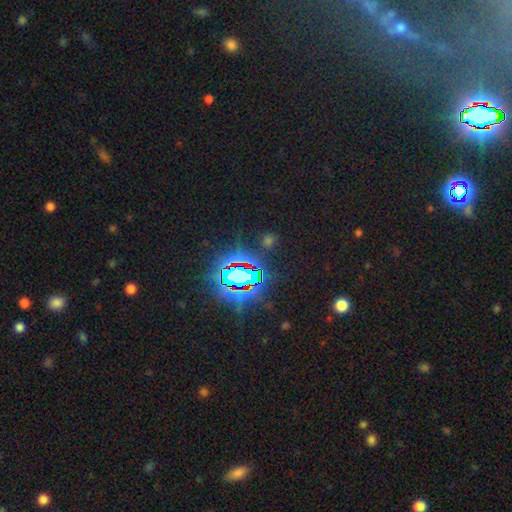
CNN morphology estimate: Smooth or featured?
  - star or artifact: 82% *
  - smooth: 10%
  - featured or disk: 8%